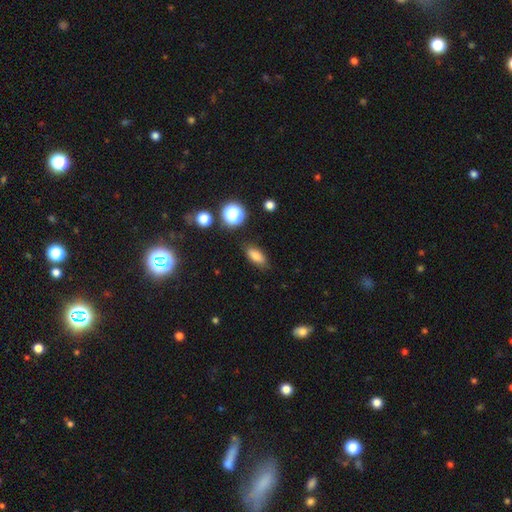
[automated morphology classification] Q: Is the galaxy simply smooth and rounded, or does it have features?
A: smooth — 80%.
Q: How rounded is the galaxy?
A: in between — 80%.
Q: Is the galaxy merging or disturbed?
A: none — 83%.